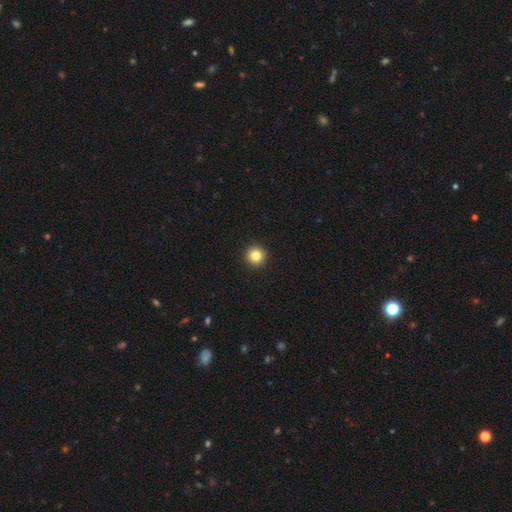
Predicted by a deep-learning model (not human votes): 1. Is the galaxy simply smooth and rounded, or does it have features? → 83% smooth, 11% star or artifact, 6% featured or disk.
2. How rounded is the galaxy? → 96% round, 3% in between, 1% cigar-shaped.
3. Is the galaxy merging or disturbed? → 94% none, 3% minor disturbance, 1% major disturbance, 1% merger.